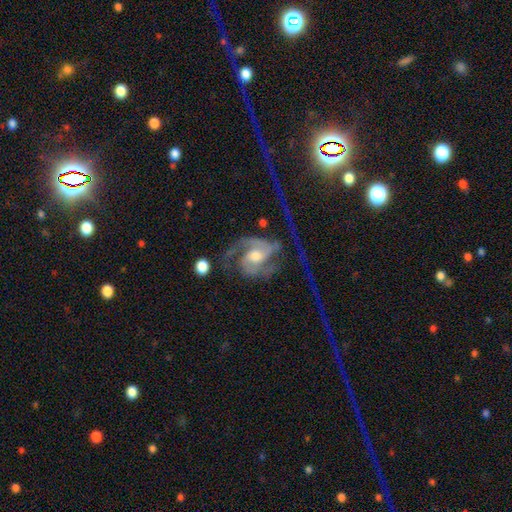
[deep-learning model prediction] Smooth or featured: featured or disk — 88% (smooth — 7%)
Edge-on disk: no — 97% (yes — 3%)
Bar: no — 41% (tied with weak — 41%)
Spiral arms: yes — 96% (no — 4%)
Spiral winding: medium — 45% (loose — 35%)
Spiral arm count: 2 — 69% (3 — 9%)
Bulge size: moderate — 66% (small — 21%)
Merging: major disturbance — 46% (none — 36%)